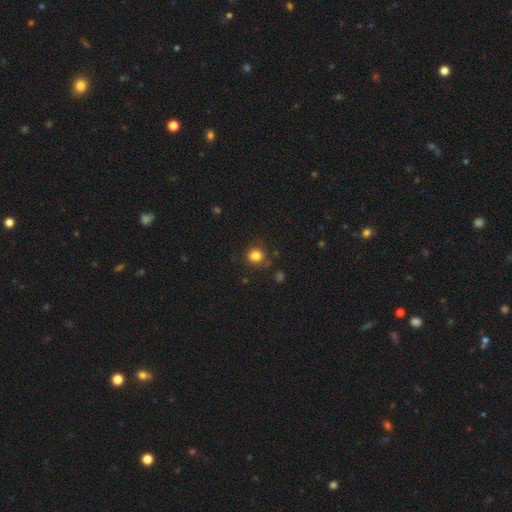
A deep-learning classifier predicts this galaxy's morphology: type=smooth (83%); roundness=round (81%); merging=none (78%).